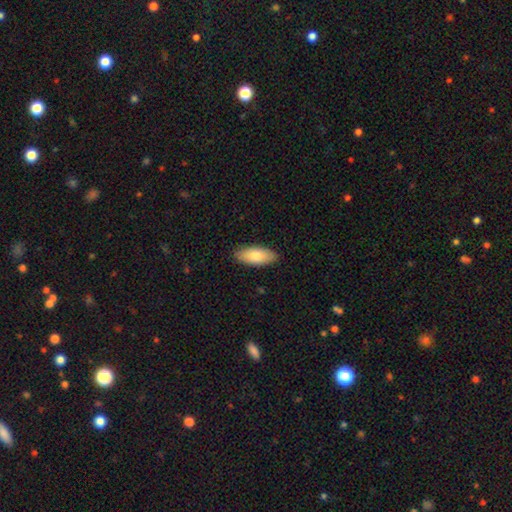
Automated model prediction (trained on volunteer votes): Smooth or featured? Predicted: smooth (p=0.80). How rounded? Predicted: in between (p=0.85). Merging? Predicted: none (p=0.88).